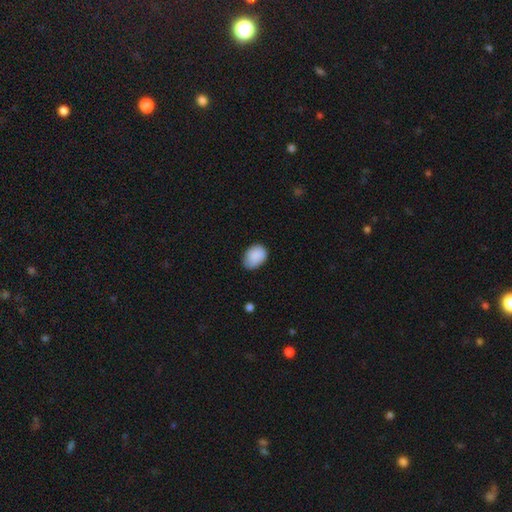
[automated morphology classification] This appears to be a smooth galaxy with no disk features (87%) that is in between round and cigar-shaped (73%). Merging: none (69%).